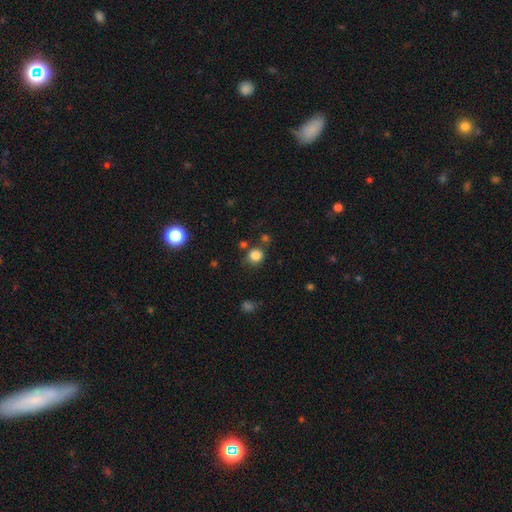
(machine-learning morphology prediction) The model was most divided on "how rounded": round: 80%, in between: 19%, cigar-shaped: 1%. More confident: smooth or featured — smooth (83%); merging — none (75%).